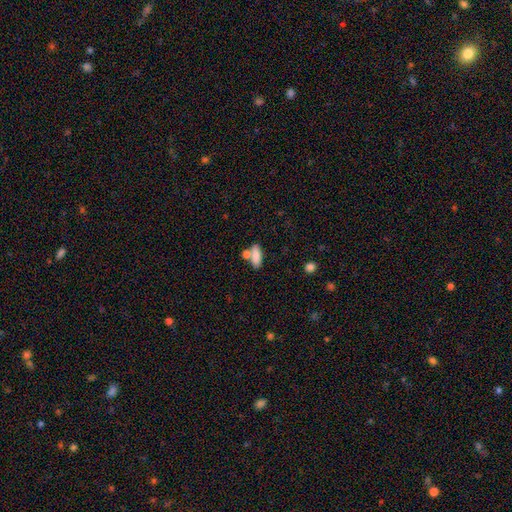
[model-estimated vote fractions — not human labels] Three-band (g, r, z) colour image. It shows a smooth galaxy with no disk features (82%) that is in between round and cigar-shaped (70%). Merging: none (55%).